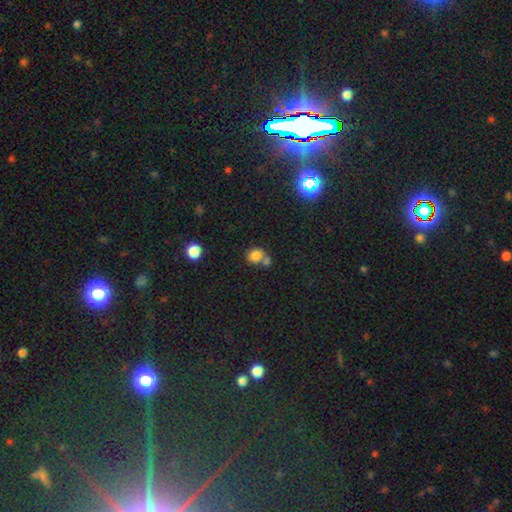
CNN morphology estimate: Smooth or featured? smooth (79%)
How rounded? round (73%)
Merging? none (46%)